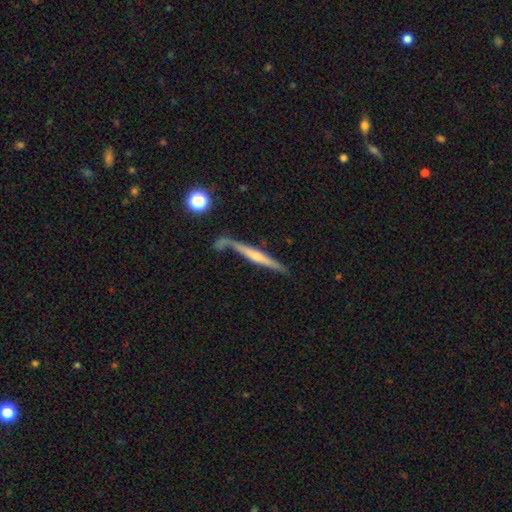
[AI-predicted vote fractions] smooth_or_featured: featured or disk (p=0.74) [alt: smooth p=0.18]
disk_edge_on: yes (p=0.97) [alt: no p=0.03]
edge_on_bulge: rounded (p=0.69) [alt: none p=0.21]
merging: none (p=0.78) [alt: minor disturbance p=0.14]